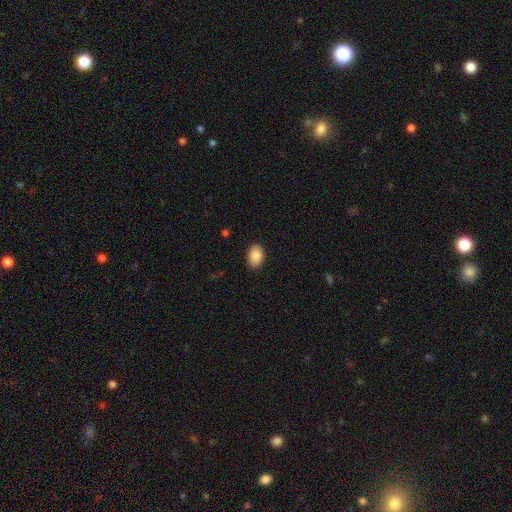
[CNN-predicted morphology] Smooth or featured?
  - smooth: 89% *
  - star or artifact: 7%
  - featured or disk: 4%
How rounded?
  - in between: 85% *
  - round: 13%
  - cigar-shaped: 1%
Merging?
  - none: 88% *
  - minor disturbance: 9%
  - major disturbance: 2%
  - merger: 1%